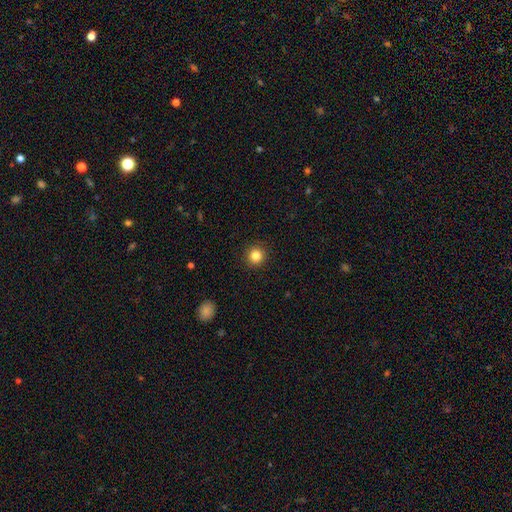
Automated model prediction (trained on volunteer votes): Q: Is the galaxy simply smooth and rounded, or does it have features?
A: smooth — 83%.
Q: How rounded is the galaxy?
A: round — 94%.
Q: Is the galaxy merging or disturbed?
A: none — 92%.